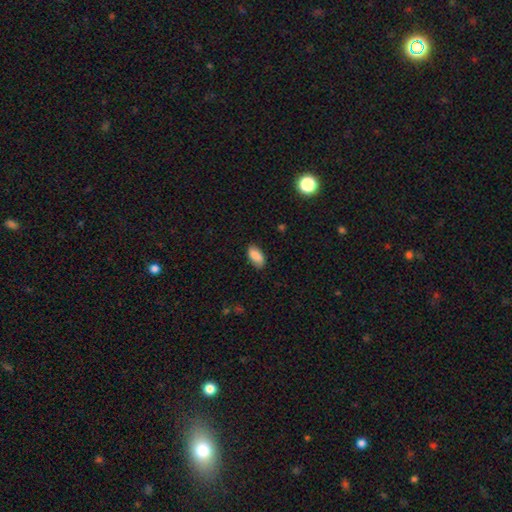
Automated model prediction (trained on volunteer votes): A smooth galaxy with no disk features (84%) that is in between round and cigar-shaped (93%).

Vote fractions:
- Smooth or featured? smooth: 84% / featured or disk: 9% / star or artifact: 7%
- How rounded? in between: 93% / cigar-shaped: 4% / round: 3%
- Merging? none: 81% / minor disturbance: 15% / major disturbance: 3% / merger: 1%